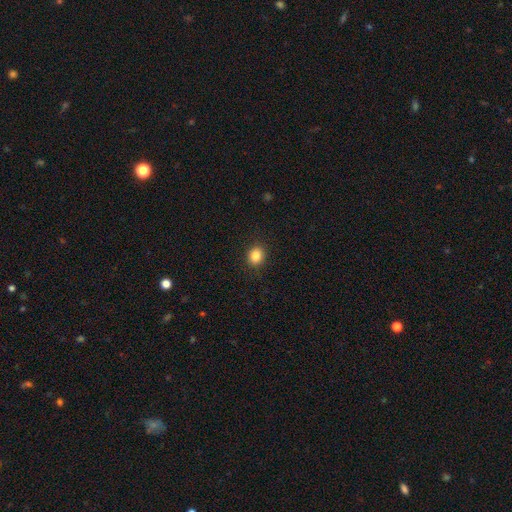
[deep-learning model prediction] Overall: smooth (85%). How rounded: round (74%). Merging: none (90%).